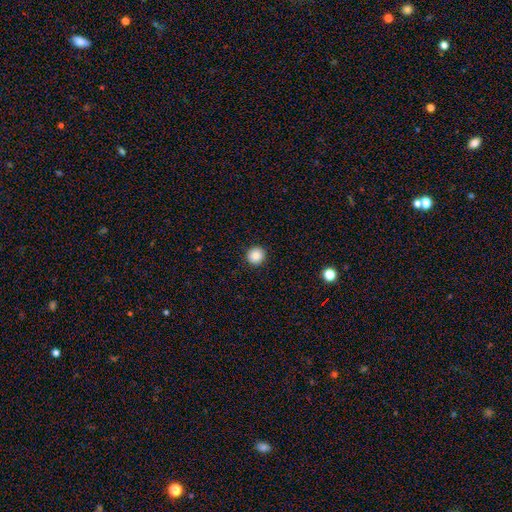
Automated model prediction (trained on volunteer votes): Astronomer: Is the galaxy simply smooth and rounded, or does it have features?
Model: smooth — 86%.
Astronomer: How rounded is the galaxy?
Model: round — 95%.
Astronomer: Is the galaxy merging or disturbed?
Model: none — 93%.